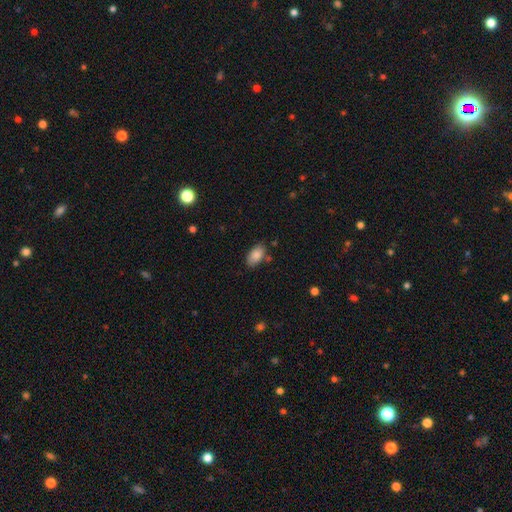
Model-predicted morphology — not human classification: smooth-or-featured: smooth: 86% | star or artifact: 7% | featured or disk: 7%
  how-rounded: in between: 93% | round: 5% | cigar-shaped: 2%
  merging: none: 74% | minor disturbance: 17% | merger: 5% | major disturbance: 4%